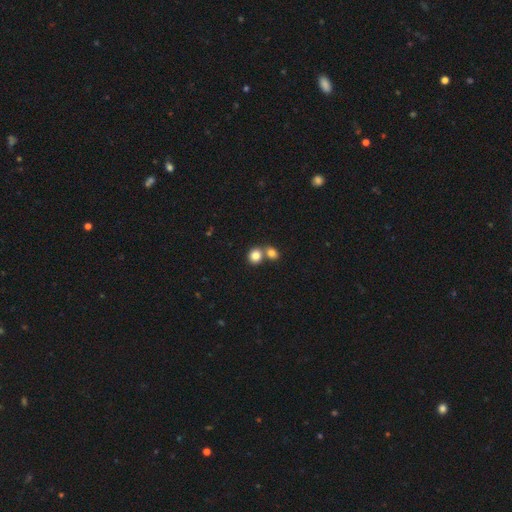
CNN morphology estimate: Smooth or featured? smooth (83%)
How rounded? round (75%)
Merging? none (46%, tied with merger)